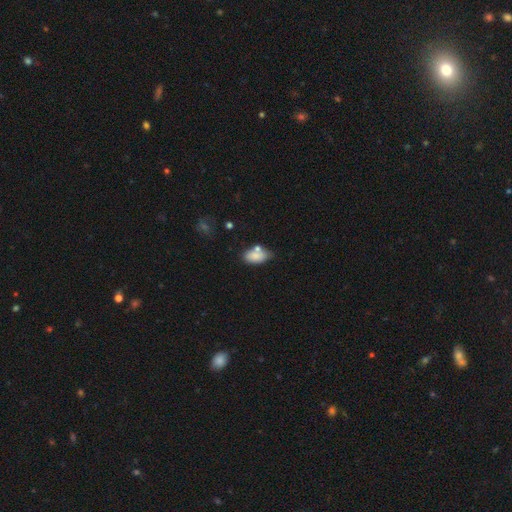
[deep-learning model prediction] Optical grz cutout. It shows a smooth galaxy with no disk features (81%) that is in between round and cigar-shaped (91%). Merging: none (53%).